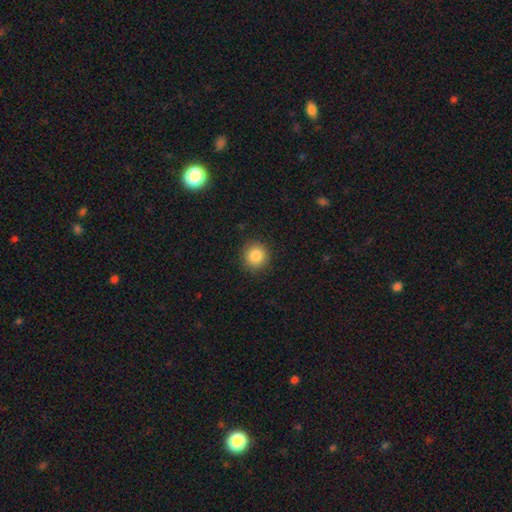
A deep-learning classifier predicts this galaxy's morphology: smooth-or-featured: smooth: 85% | star or artifact: 10% | featured or disk: 5%
  how-rounded: round: 92% | in between: 7% | cigar-shaped: 1%
  merging: none: 91% | minor disturbance: 6% | major disturbance: 2% | merger: 1%